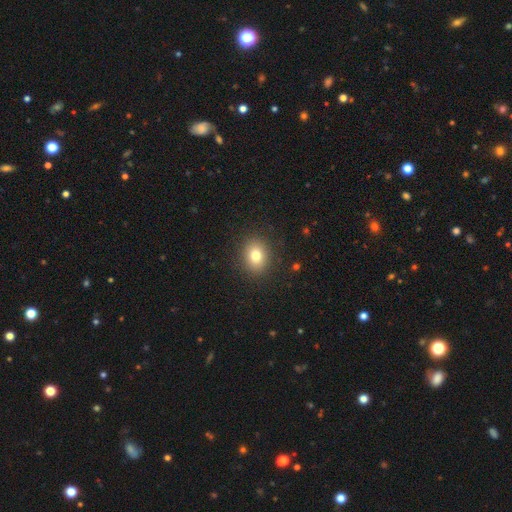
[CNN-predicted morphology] Q: Smooth or featured?
A: smooth (78%); runner-up: star or artifact (12%)
Q: How rounded?
A: round (57%); runner-up: in between (42%)
Q: Merging?
A: none (89%); runner-up: minor disturbance (7%)